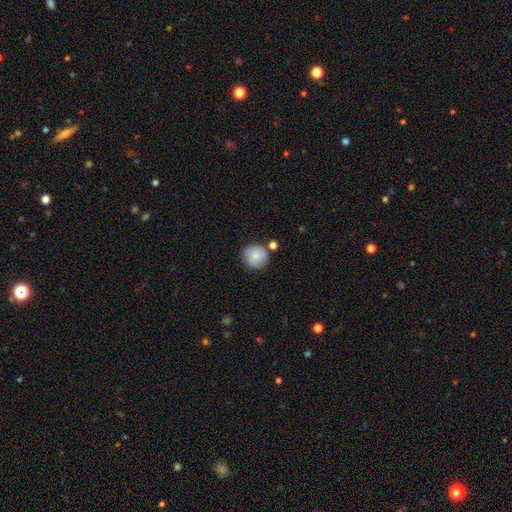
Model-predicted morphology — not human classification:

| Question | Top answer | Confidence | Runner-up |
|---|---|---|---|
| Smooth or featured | smooth | 79% | featured or disk (14%) |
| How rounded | round | 92% | in between (7%) |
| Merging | none | 73% | minor disturbance (14%) |